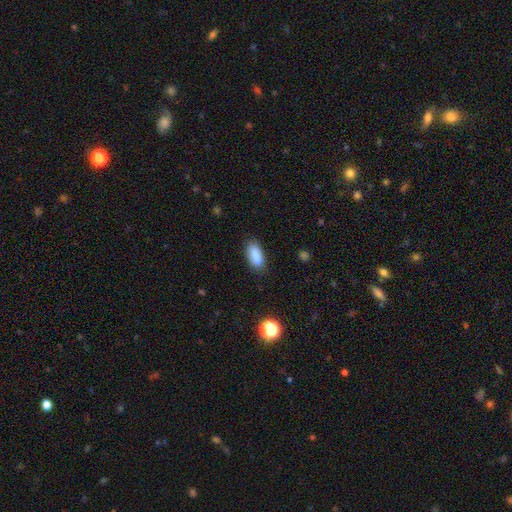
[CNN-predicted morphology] Smooth or featured?
  - smooth: 88% *
  - star or artifact: 8%
  - featured or disk: 4%
How rounded?
  - in between: 85% *
  - cigar-shaped: 13%
  - round: 3%
Merging?
  - none: 85% *
  - minor disturbance: 11%
  - major disturbance: 3%
  - merger: 1%